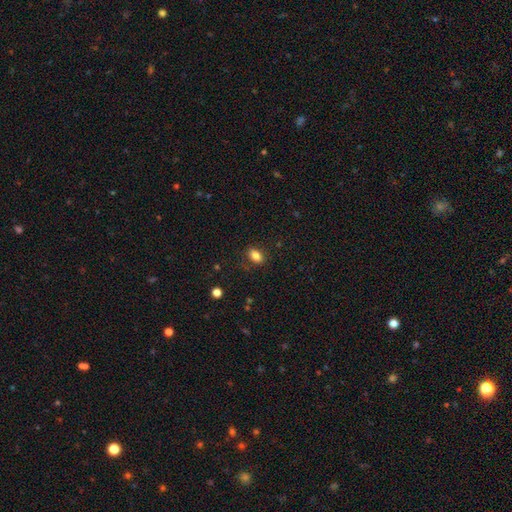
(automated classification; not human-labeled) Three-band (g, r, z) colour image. It shows a smooth galaxy with no disk features (85%) that is in between round and cigar-shaped (85%). Merging: none (84%).